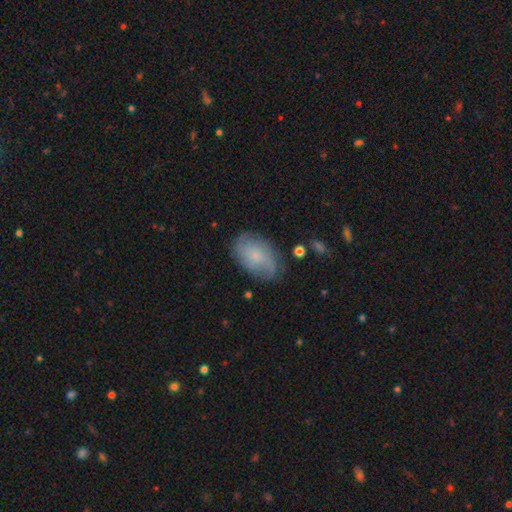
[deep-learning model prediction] Smooth or featured? Predicted: smooth (p=0.56). How rounded? Predicted: in between (p=0.89). Merging? Predicted: none (p=0.72).